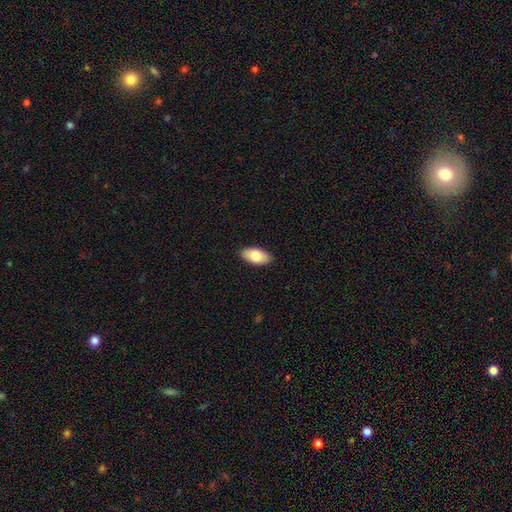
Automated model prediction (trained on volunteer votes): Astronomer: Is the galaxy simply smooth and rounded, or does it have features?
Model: smooth — 81%.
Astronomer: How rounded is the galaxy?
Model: in between — 94%.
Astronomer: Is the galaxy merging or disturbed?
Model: none — 89%.